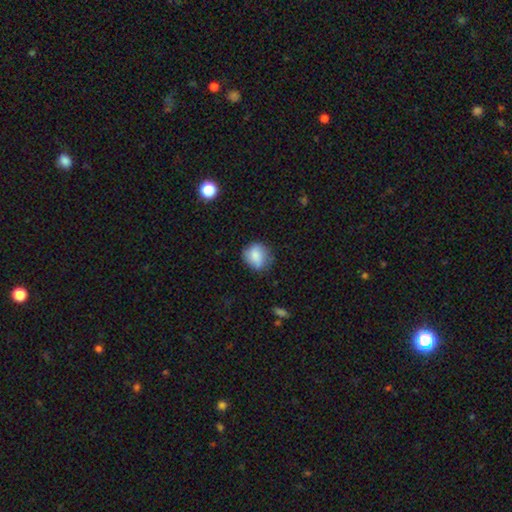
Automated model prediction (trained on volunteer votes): Morphology: type=smooth (79%); roundness=round (74%); merging=none (68%).